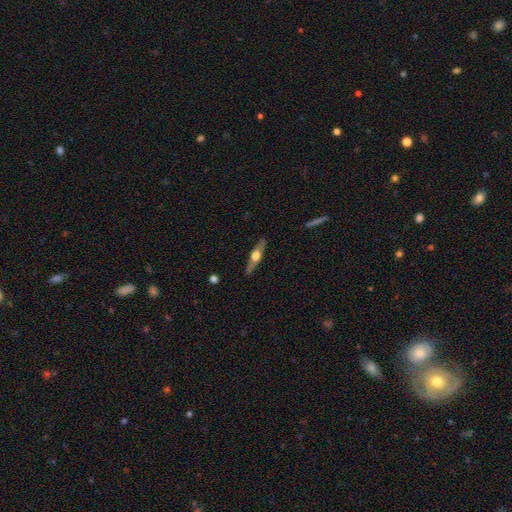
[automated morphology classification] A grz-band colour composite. It shows a featured or disk galaxy (63%) viewed edge-on (93%) with a rounded central bulge (92%). Merging: none (86%).